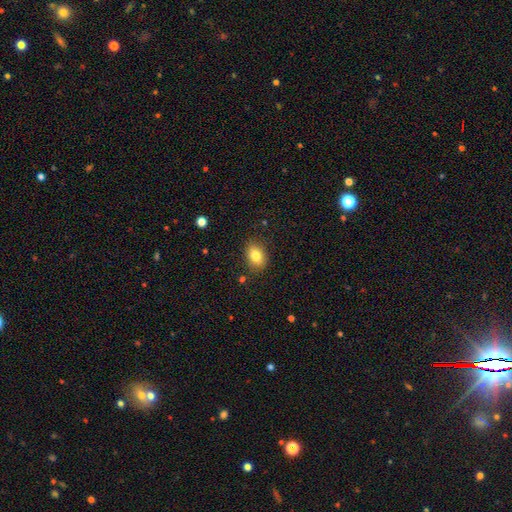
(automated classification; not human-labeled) Smooth or featured? smooth (81%)
How rounded? in between (75%)
Merging? none (84%)